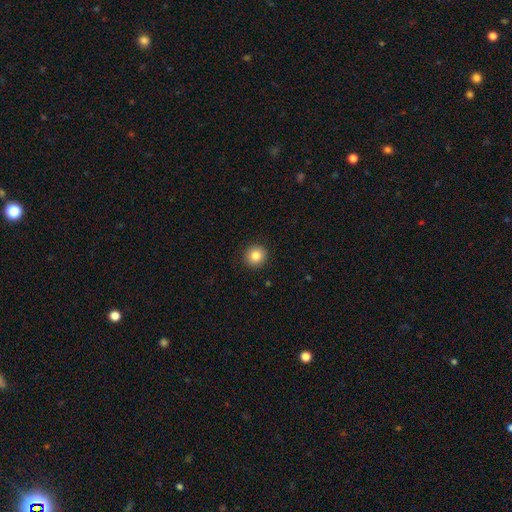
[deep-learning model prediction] A smooth galaxy with no disk features (84%) that is round (93%).

Vote fractions:
- Smooth or featured? smooth: 84% / star or artifact: 10% / featured or disk: 6%
- How rounded? round: 93% / in between: 6% / cigar-shaped: 1%
- Merging? none: 93% / minor disturbance: 5% / major disturbance: 2% / merger: 1%